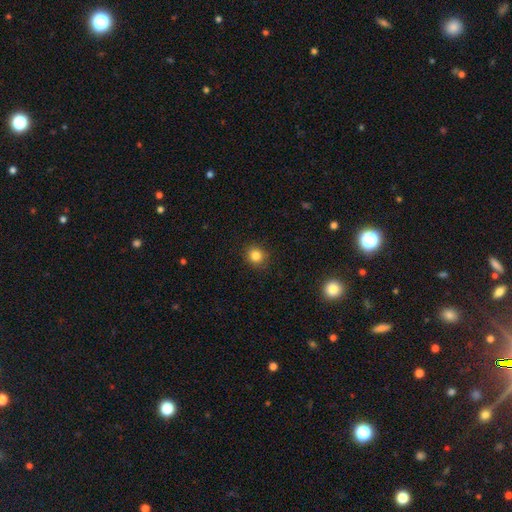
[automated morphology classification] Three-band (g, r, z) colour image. It shows a smooth galaxy with no disk features (84%) that is round (82%). Merging: none (89%).